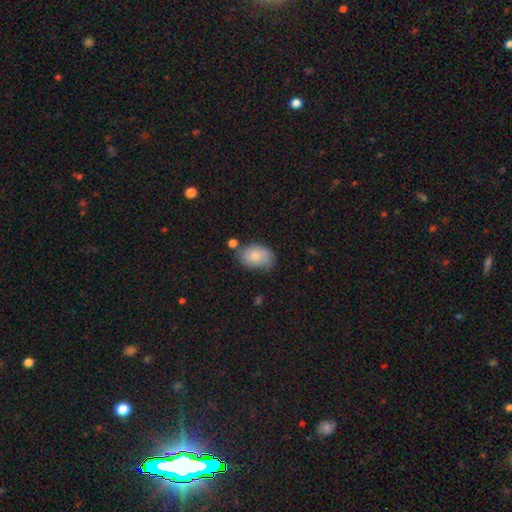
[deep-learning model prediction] The model was most divided on "merging": none: 57%, minor disturbance: 28%, merger: 9%, major disturbance: 7%. More confident: how rounded — in between (82%); smooth or featured — smooth (78%).